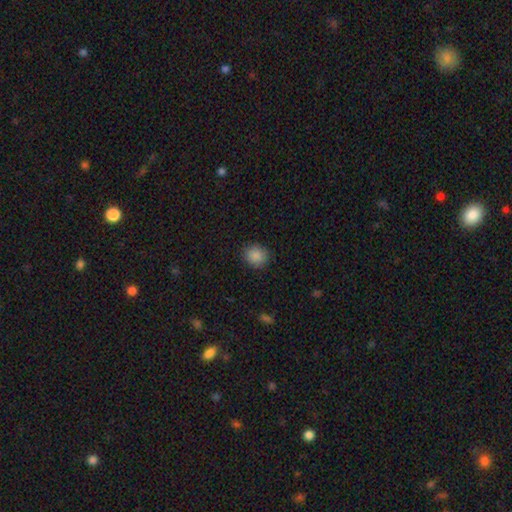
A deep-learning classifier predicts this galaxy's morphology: The model was most divided on "how rounded": round: 77%, in between: 22%, cigar-shaped: 1%. More confident: merging — none (89%); smooth or featured — smooth (87%).